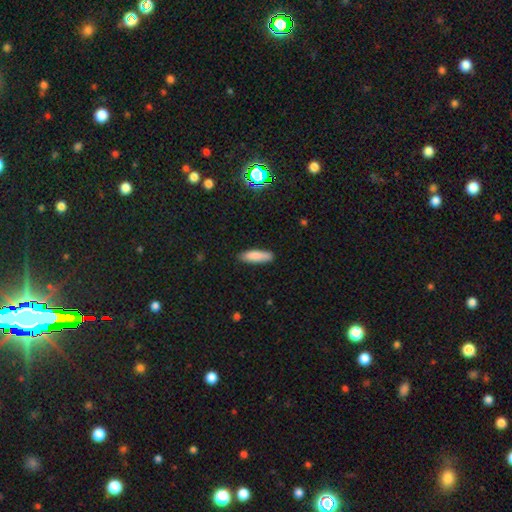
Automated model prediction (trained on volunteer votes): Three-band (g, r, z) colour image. It shows a smooth galaxy with no disk features (85%) that is cigar-shaped (58%). Merging: none (84%).